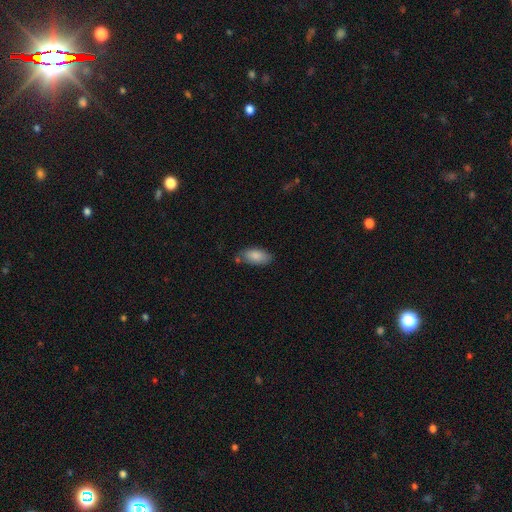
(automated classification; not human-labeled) A smooth galaxy with no disk features (86%) that is in between round and cigar-shaped (92%). Merging: none (69%).